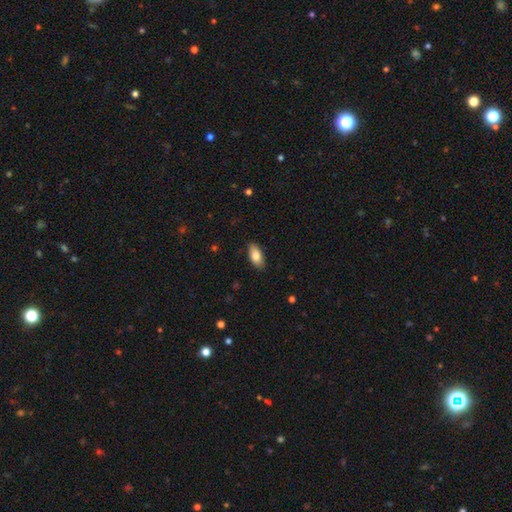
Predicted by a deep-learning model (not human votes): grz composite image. It shows a smooth galaxy with no disk features (81%) that is in between round and cigar-shaped (88%). Merging: none (87%).